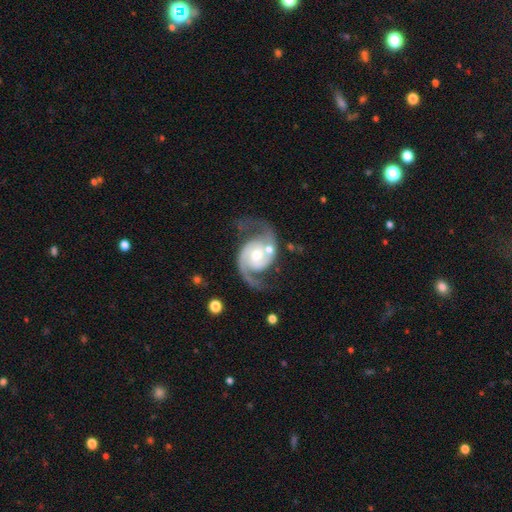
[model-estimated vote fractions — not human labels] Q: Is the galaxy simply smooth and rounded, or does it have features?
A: featured or disk — 93%.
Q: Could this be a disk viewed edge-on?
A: no — 98%.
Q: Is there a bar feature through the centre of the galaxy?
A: no — 63%.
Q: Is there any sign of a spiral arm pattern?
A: yes — 98%.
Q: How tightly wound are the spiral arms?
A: medium — 57%.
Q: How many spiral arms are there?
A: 2 — 94%.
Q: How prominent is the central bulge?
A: moderate — 60%.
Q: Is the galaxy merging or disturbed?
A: none — 68%.